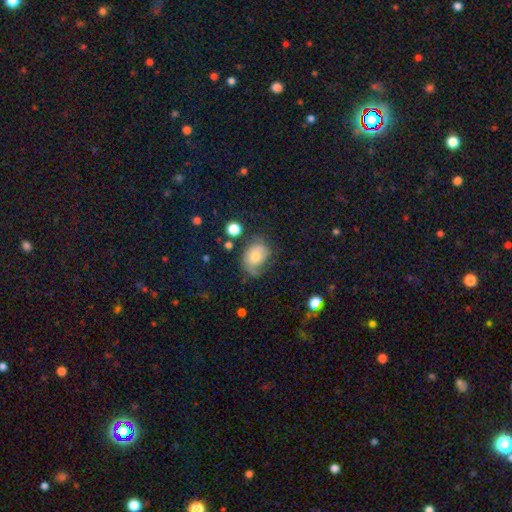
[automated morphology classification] Q: Smooth or featured?
A: smooth (54%); runner-up: featured or disk (35%)
Q: How rounded?
A: in between (65%); runner-up: round (34%)
Q: Merging?
A: none (46%); runner-up: minor disturbance (29%)